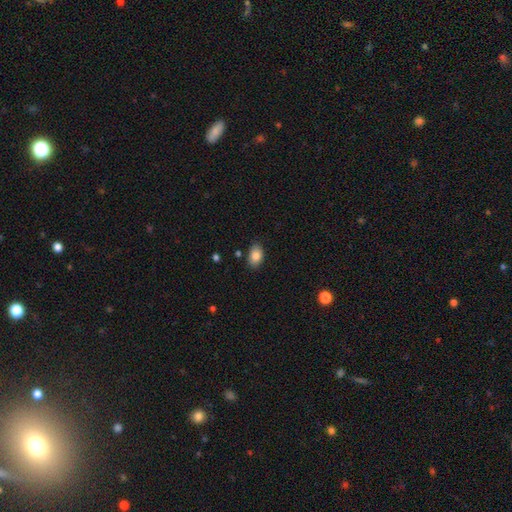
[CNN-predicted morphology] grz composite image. It shows a smooth galaxy with no disk features (85%) that is in between round and cigar-shaped (85%). Merging: none (83%).